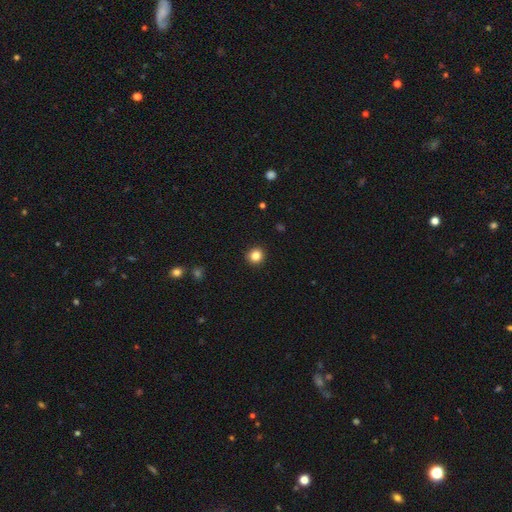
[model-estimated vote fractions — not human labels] smooth-or-featured: smooth: 84% | star or artifact: 11% | featured or disk: 5%
  how-rounded: round: 91% | in between: 9% | cigar-shaped: 1%
  merging: none: 93% | minor disturbance: 5% | major disturbance: 2% | merger: 1%